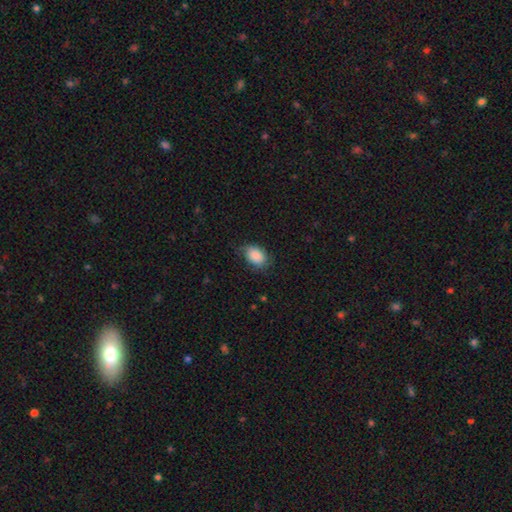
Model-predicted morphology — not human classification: smooth 86%, star or artifact 7%, featured or disk 7%. Down the decision tree: how rounded — in between (82%); merging — none (68%).